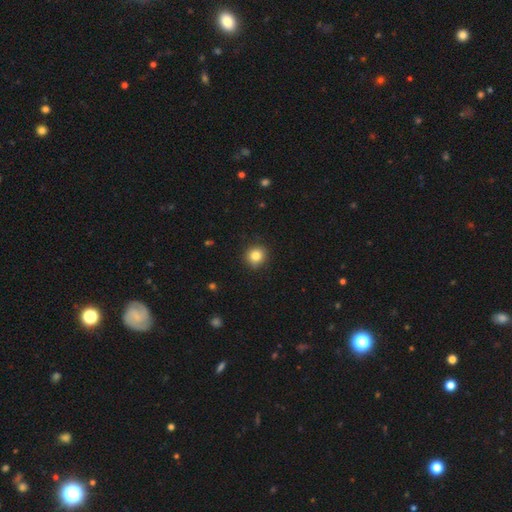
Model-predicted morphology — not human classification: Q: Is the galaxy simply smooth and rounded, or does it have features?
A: smooth — 83%.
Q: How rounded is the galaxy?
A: round — 89%.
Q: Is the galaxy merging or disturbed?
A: none — 90%.